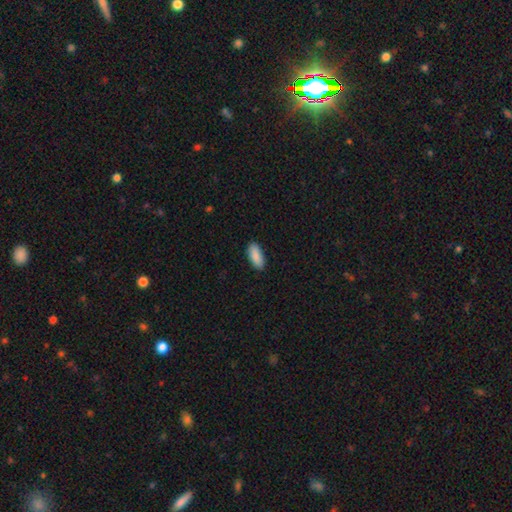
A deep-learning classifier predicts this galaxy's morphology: This appears to be a smooth galaxy with no disk features (89%) that is in between round and cigar-shaped (84%). Merging: none (88%).